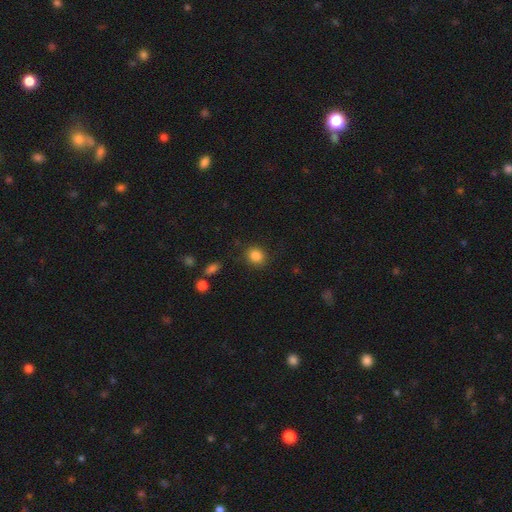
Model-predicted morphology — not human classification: Smooth or featured? Predicted: smooth (p=0.85). How rounded? Predicted: round (p=0.72). Merging? Predicted: none (p=0.85).